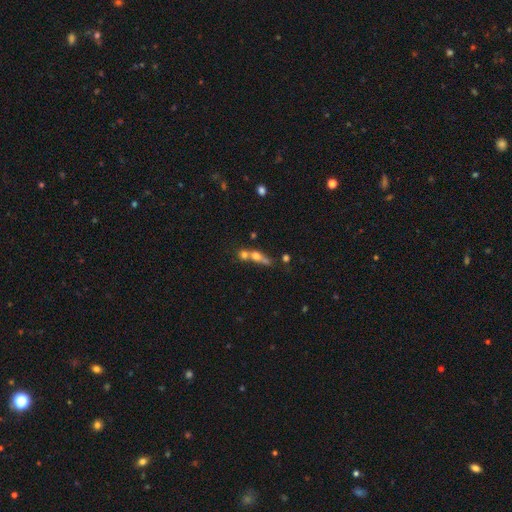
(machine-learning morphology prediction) This appears to be a smooth galaxy with no disk features (57%) that is round (51%). Merging: merger (61%).